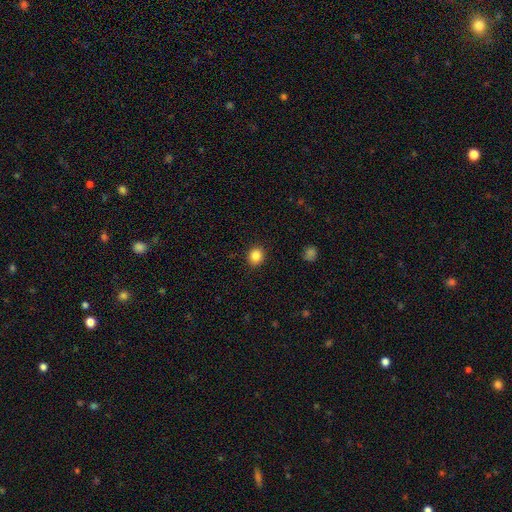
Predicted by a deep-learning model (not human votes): smooth 86%, star or artifact 10%, featured or disk 4%. Down the decision tree: how rounded — round (77%); merging — none (91%).